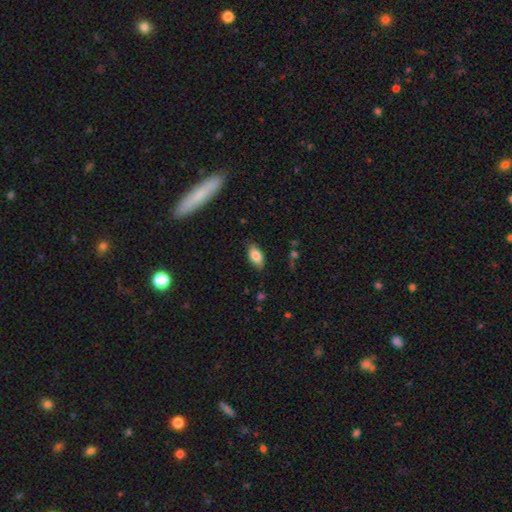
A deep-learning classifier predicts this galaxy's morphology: Overall: smooth (82%). How rounded: in between (90%). Merging: none (81%).